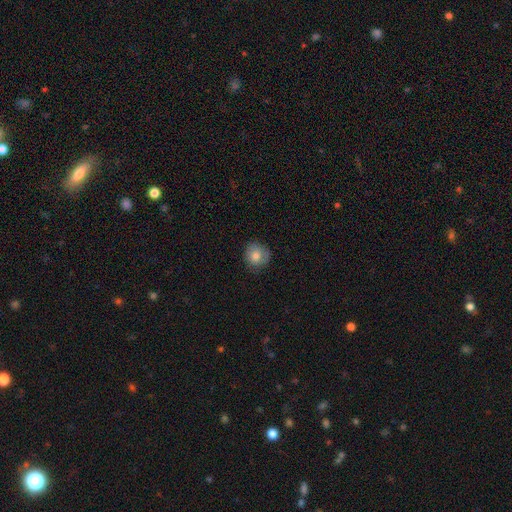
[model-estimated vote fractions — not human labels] smooth_or_featured: smooth (p=0.78) [alt: featured or disk p=0.14]
how_rounded: round (p=0.85) [alt: in between p=0.14]
merging: none (p=0.74) [alt: minor disturbance p=0.20]